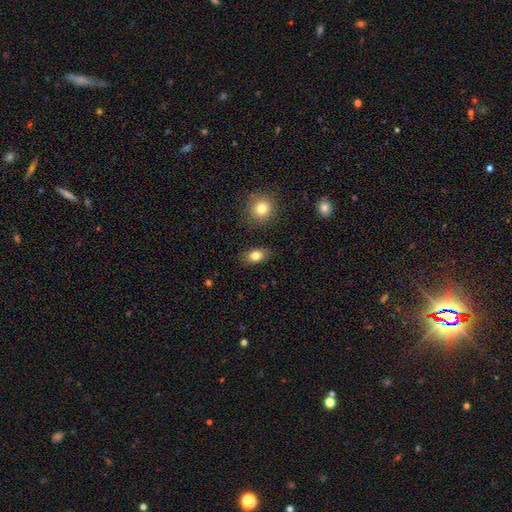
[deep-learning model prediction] A smooth galaxy with no disk features (81%) that is in between round and cigar-shaped (78%).

Vote fractions:
- Smooth or featured? smooth: 81% / star or artifact: 9% / featured or disk: 9%
- How rounded? in between: 78% / round: 20% / cigar-shaped: 2%
- Merging? none: 84% / minor disturbance: 11% / major disturbance: 3% / merger: 2%